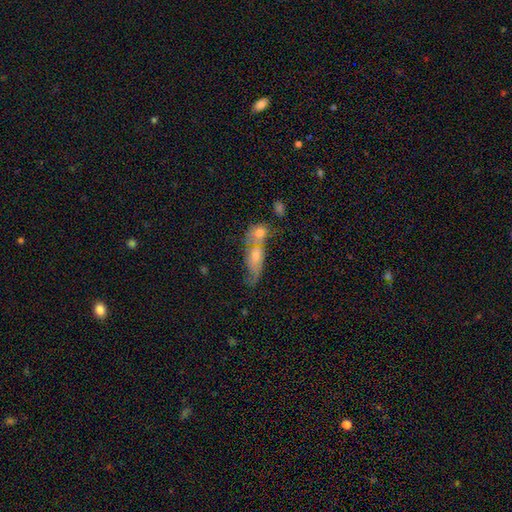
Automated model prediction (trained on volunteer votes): A smooth galaxy with no disk features (54%) that is in between round and cigar-shaped (64%). Merging: merger (51%).